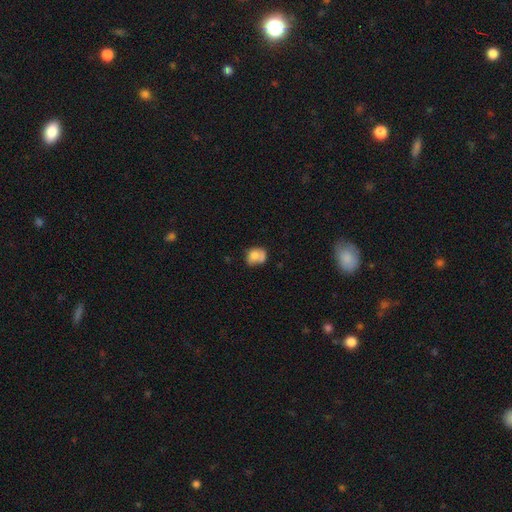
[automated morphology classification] This appears to be a smooth galaxy with no disk features (67%) that is round (50%). Merging: none (35%).